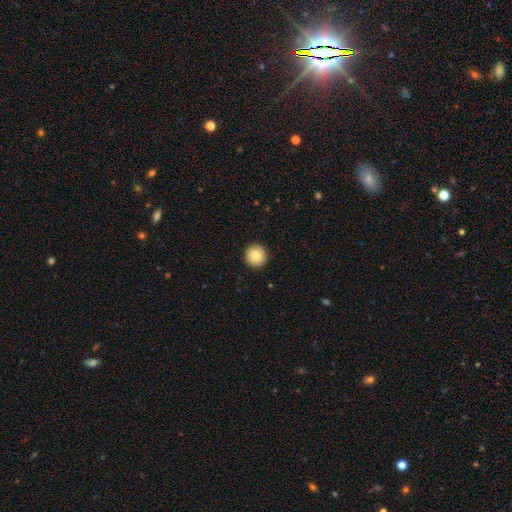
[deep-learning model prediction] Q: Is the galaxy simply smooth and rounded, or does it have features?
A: smooth — 86%.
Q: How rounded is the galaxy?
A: round — 95%.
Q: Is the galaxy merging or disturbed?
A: none — 93%.